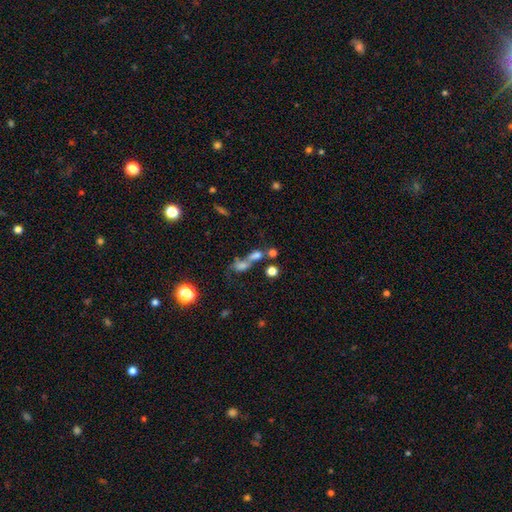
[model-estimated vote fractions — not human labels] This is likely a smooth galaxy (62%). How rounded: possibly round (47%). Merging: possibly merger (58%).